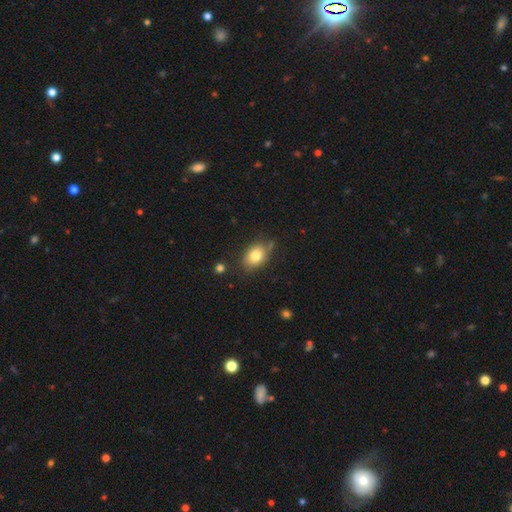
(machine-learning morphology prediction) Smooth or featured? Predicted: smooth (p=0.79). How rounded? Predicted: in between (p=0.74). Merging? Predicted: none (p=0.70).